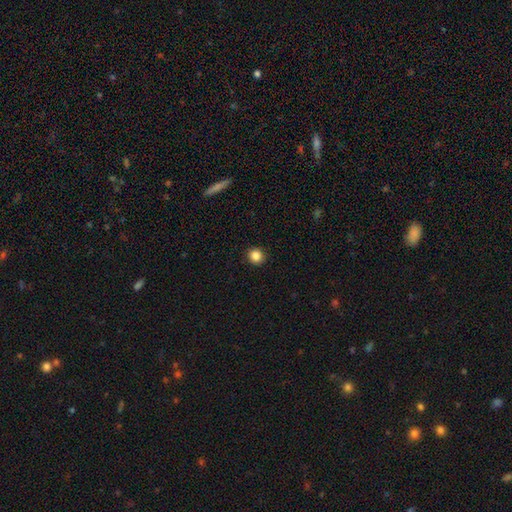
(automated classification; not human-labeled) Overall: smooth (86%). How rounded: round (90%). Merging: none (92%).